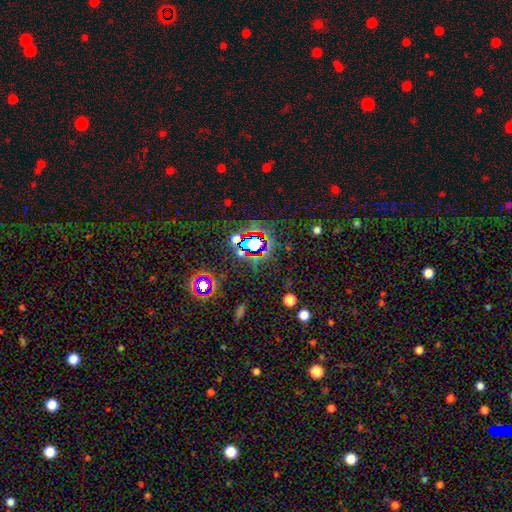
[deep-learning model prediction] Smooth or featured?
  - star or artifact: 75% *
  - smooth: 16%
  - featured or disk: 9%